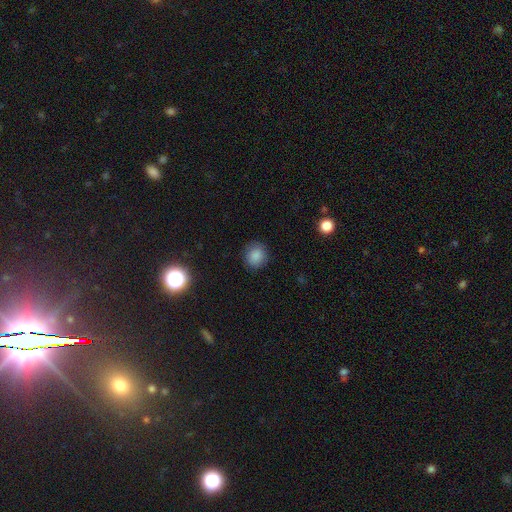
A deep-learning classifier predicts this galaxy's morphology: Smooth or featured? Predicted: smooth (p=0.85). How rounded? Predicted: round (p=0.84). Merging? Predicted: none (p=0.87).